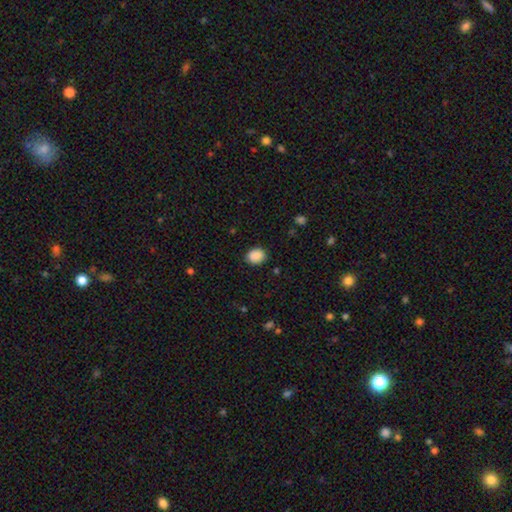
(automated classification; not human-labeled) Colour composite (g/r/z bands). It shows a smooth galaxy with no disk features (88%) that is round (50%). Merging: none (84%).